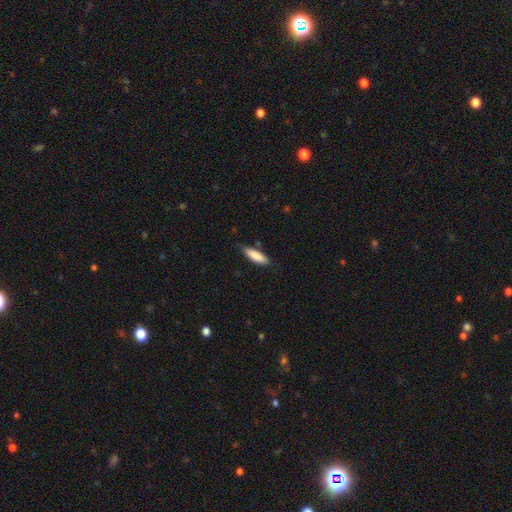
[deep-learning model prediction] Smooth or featured: smooth — 85% (featured or disk — 10%)
How rounded: cigar-shaped — 55% (in between — 44%)
Merging: none — 80% (minor disturbance — 15%)